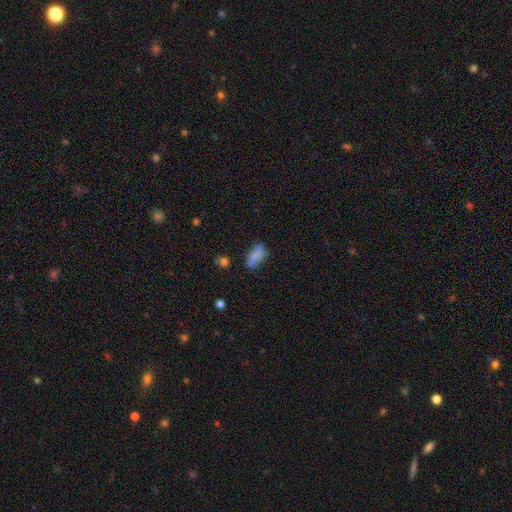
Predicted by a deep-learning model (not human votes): Morphology: type=smooth (75%); roundness=in between (81%); merging=none (57%).